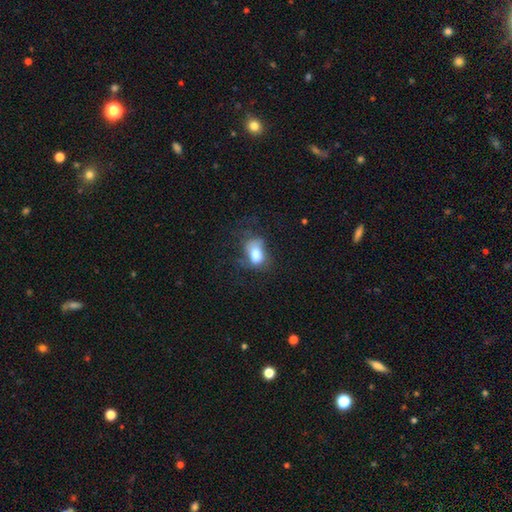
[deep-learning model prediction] Morphology: type=smooth (72%); roundness=in between (82%); merging=none (40%).